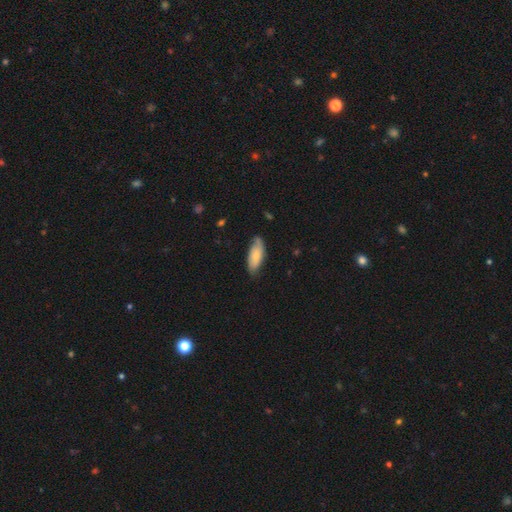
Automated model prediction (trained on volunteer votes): The model was most divided on "smooth or featured": smooth: 65%, featured or disk: 30%, star or artifact: 6%. More confident: how rounded — in between (78%); merging — none (67%).